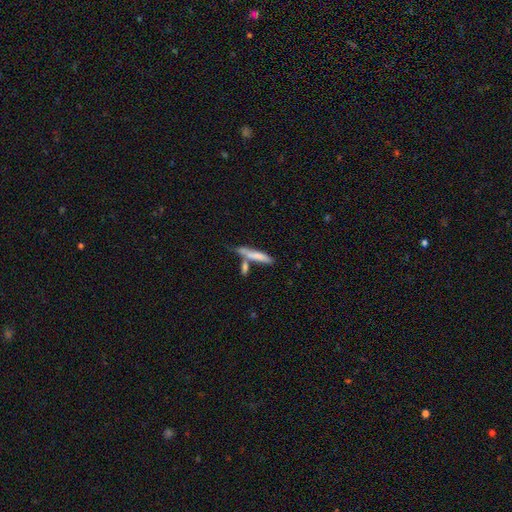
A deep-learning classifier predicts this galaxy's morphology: Overall: smooth (72%). How rounded: cigar-shaped (82%). Merging: none (44%; merger 30%).